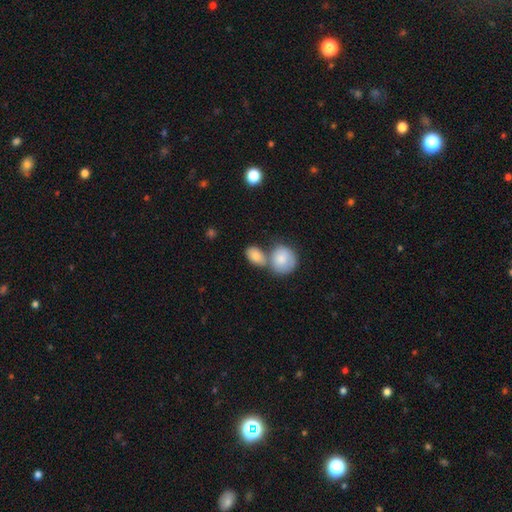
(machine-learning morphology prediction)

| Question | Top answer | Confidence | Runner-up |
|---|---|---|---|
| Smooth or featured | smooth | 84% | featured or disk (10%) |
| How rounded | in between | 77% | round (21%) |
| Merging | merger | 50% | none (36%) |